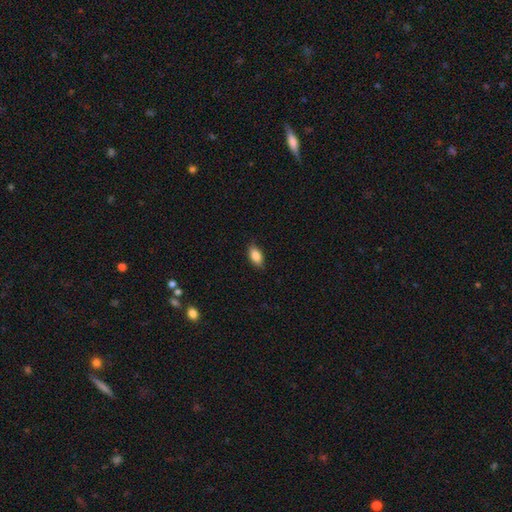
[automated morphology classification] The model was most divided on "merging": none: 83%, minor disturbance: 13%, major disturbance: 2%, merger: 1%. More confident: how rounded — in between (90%); smooth or featured — smooth (86%).